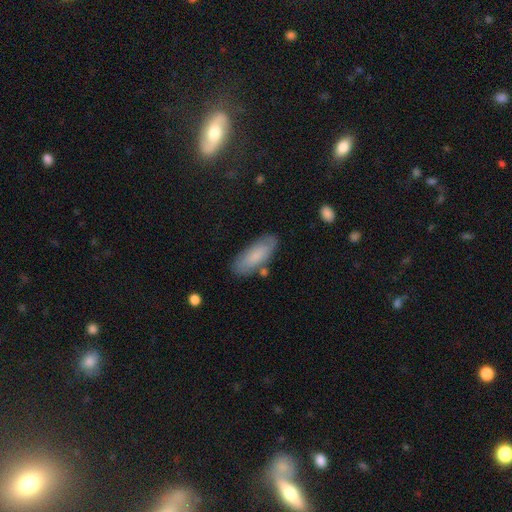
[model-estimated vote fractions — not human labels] This appears to be a smooth galaxy with no disk features (74%) that is in between round and cigar-shaped (74%). Merging: none (78%).